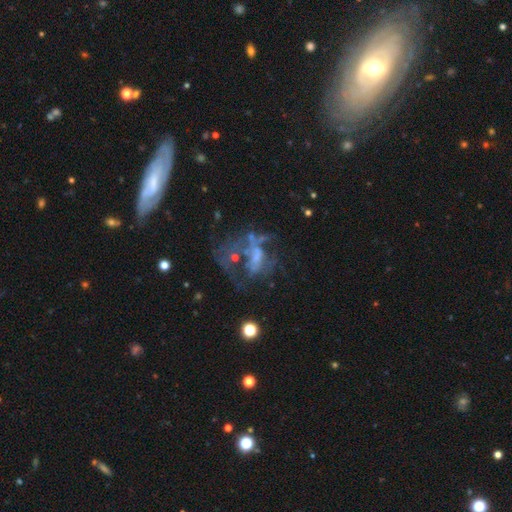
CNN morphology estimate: Smooth or featured? Predicted: featured or disk (p=0.63). Edge-on disk? Predicted: no (p=0.96). Bar? Predicted: no (p=0.67). Spiral arms? Predicted: no (p=0.68). Bulge size? Predicted: none (p=0.46). Merging? Predicted: major disturbance (p=0.43).